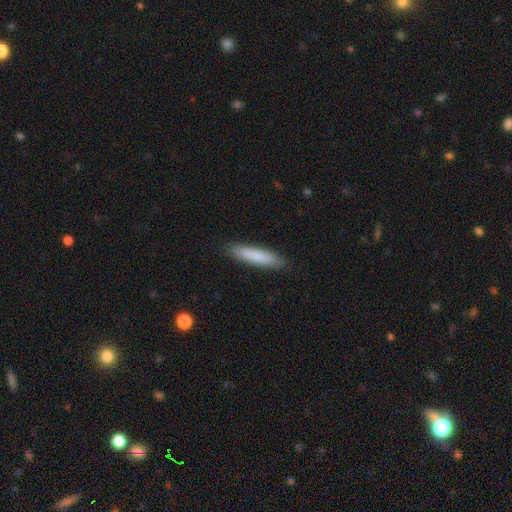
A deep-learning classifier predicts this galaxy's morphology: This is clearly a smooth galaxy (81%). How rounded: clearly cigar-shaped (85%). Merging: clearly none (89%).